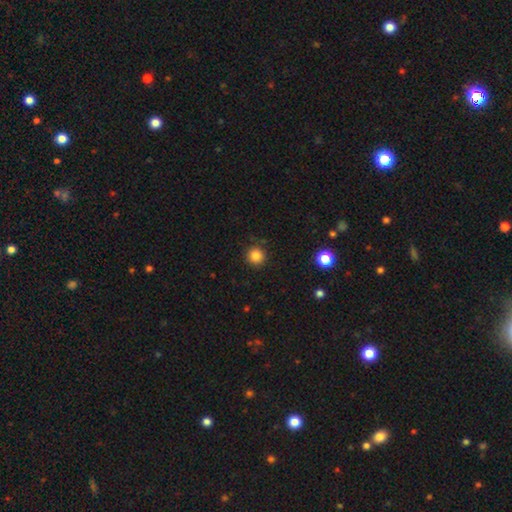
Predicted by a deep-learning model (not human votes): Smooth or featured? Predicted: smooth (p=0.85). How rounded? Predicted: round (p=0.95). Merging? Predicted: none (p=0.90).